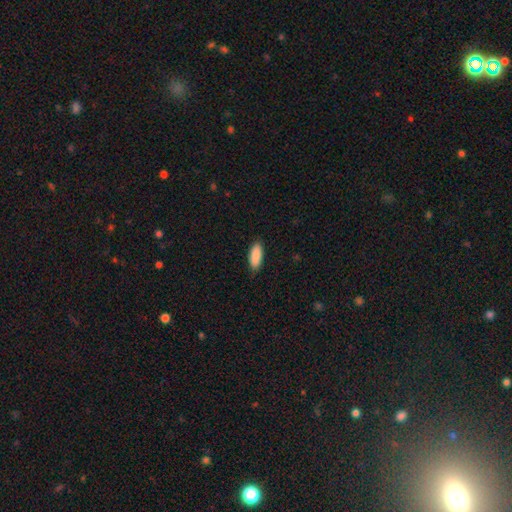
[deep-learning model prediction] This is clearly a smooth galaxy (90%). How rounded: clearly in between (80%). Merging: clearly none (87%).